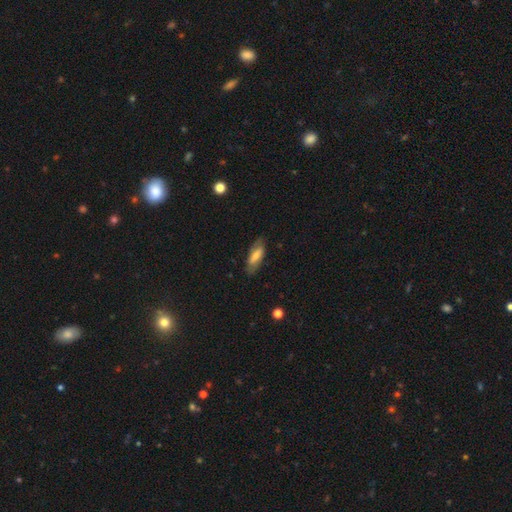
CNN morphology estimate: Smooth or featured? smooth (52%)
How rounded? in between (71%)
Merging? none (76%)